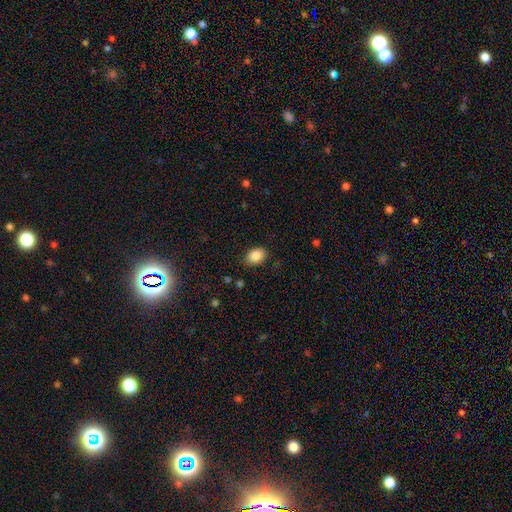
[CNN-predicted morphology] smooth 87%, star or artifact 8%, featured or disk 5%. Down the decision tree: how rounded — in between (76%); merging — none (85%).